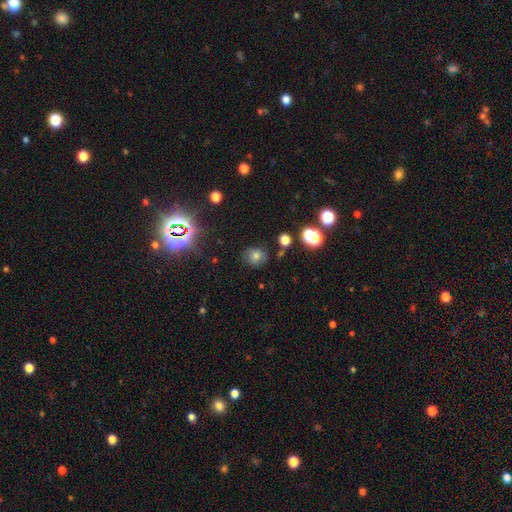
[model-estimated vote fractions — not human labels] Smooth or featured?
  - smooth: 64% *
  - star or artifact: 21%
  - featured or disk: 14%
How rounded?
  - round: 78% *
  - in between: 21%
  - cigar-shaped: 1%
Merging?
  - none: 73% *
  - minor disturbance: 17%
  - major disturbance: 6%
  - merger: 4%